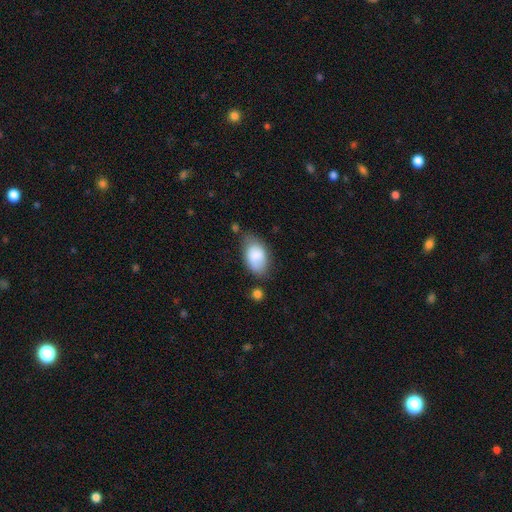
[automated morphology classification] smooth_or_featured: smooth (p=0.82) [alt: featured or disk p=0.11]
how_rounded: in between (p=0.92) [alt: round p=0.06]
merging: none (p=0.54) [alt: minor disturbance p=0.30]